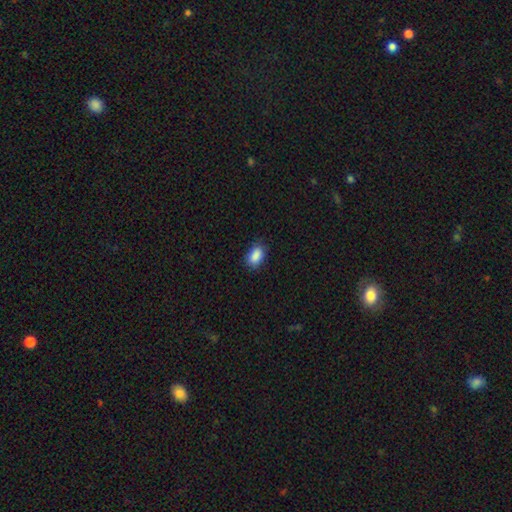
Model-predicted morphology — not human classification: smooth-or-featured: smooth: 89% | star or artifact: 8% | featured or disk: 3%
  how-rounded: in between: 90% | round: 8% | cigar-shaped: 2%
  merging: none: 83% | minor disturbance: 14% | major disturbance: 3% | merger: 1%